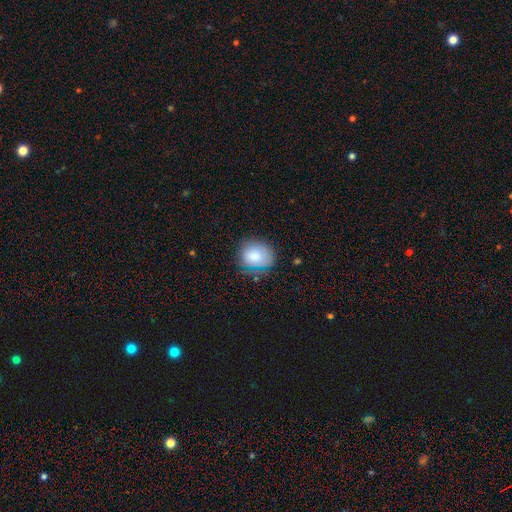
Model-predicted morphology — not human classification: A smooth galaxy with no disk features (79%) that is round (60%).

Vote fractions:
- Smooth or featured? smooth: 79% / featured or disk: 12% / star or artifact: 9%
- How rounded? round: 60% / in between: 39% / cigar-shaped: 1%
- Merging? none: 71% / minor disturbance: 20% / major disturbance: 6% / merger: 2%